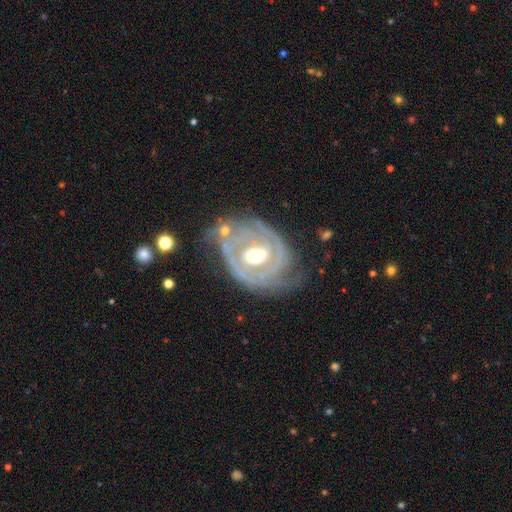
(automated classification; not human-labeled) Q: Smooth or featured?
A: featured or disk (86%); runner-up: smooth (9%)
Q: Edge-on disk?
A: no (97%); runner-up: yes (3%)
Q: Bar?
A: no (58%); runner-up: weak (29%)
Q: Spiral arms?
A: yes (85%); runner-up: no (15%)
Q: Spiral winding?
A: tight (69%); runner-up: medium (22%)
Q: Spiral arm count?
A: 2 (41%); runner-up: can't tell (27%)
Q: Bulge size?
A: moderate (72%); runner-up: small (17%)
Q: Merging?
A: none (56%); runner-up: minor disturbance (24%)